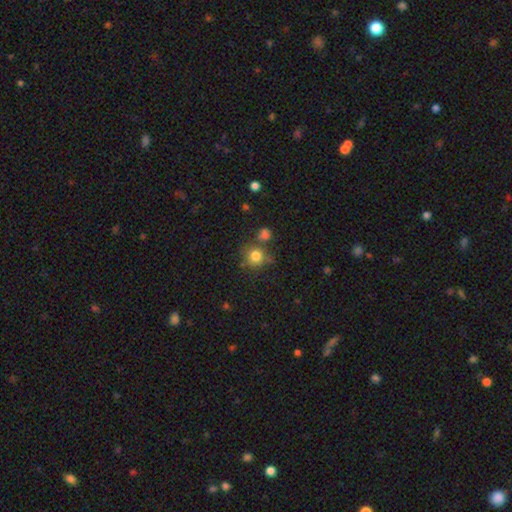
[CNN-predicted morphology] type=smooth (80%); roundness=round (89%); merging=none (68%).